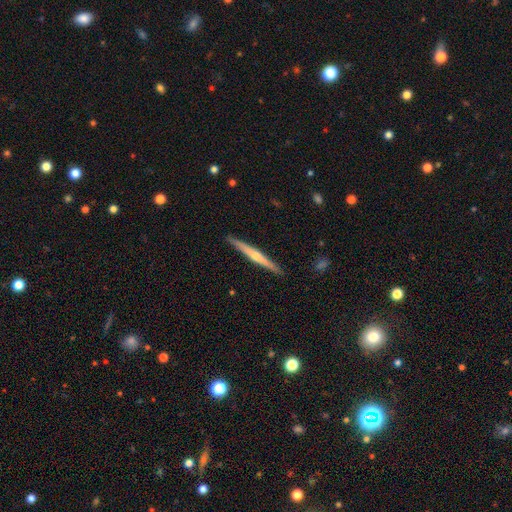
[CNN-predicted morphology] Smooth or featured? featured or disk (68%)
Edge-on disk? yes (98%)
Edge-on bulge? rounded (79%)
Merging? none (91%)